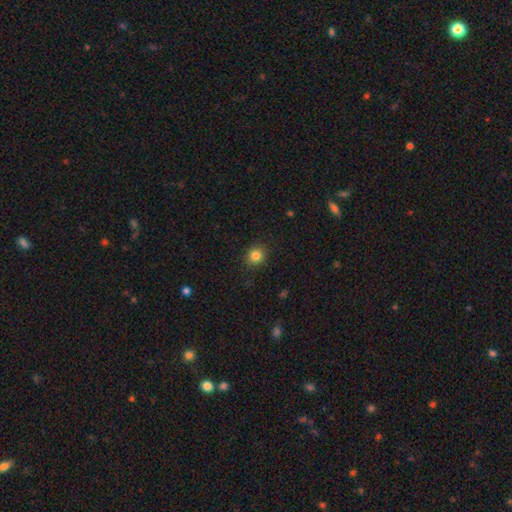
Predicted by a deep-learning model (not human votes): A smooth galaxy with no disk features (84%) that is round (88%). Merging: none (90%).